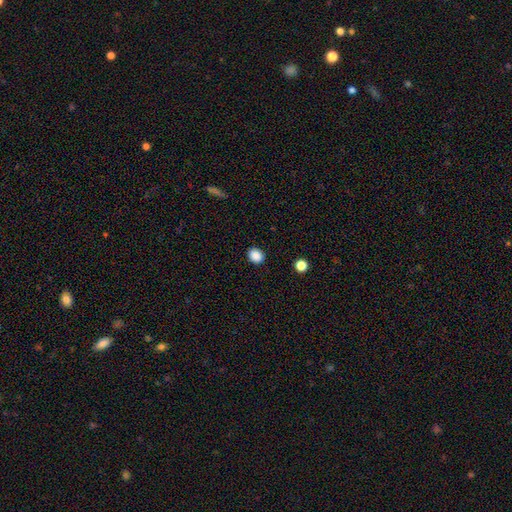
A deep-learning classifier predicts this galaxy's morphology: This appears to be a smooth galaxy with no disk features (88%) that is round (56%). Merging: none (90%).